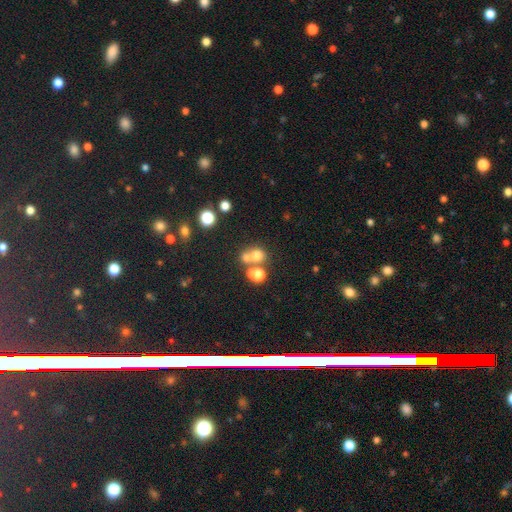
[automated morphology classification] Smooth or featured?
  - smooth: 62% *
  - star or artifact: 22%
  - featured or disk: 16%
How rounded?
  - round: 78% *
  - in between: 21%
  - cigar-shaped: 1%
Merging?
  - none: 44% *
  - merger: 43%
  - minor disturbance: 8%
  - major disturbance: 6%